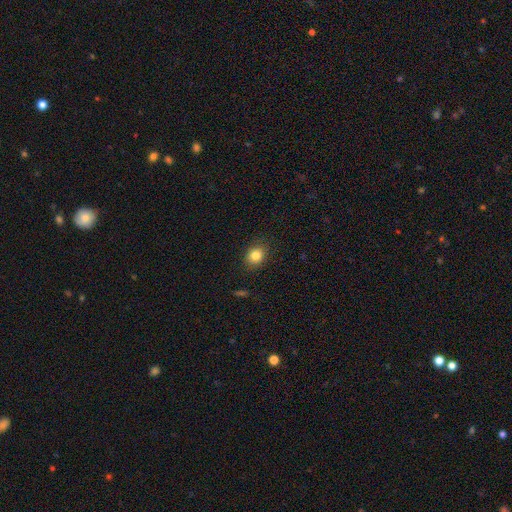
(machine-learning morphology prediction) This appears to be a smooth galaxy with no disk features (82%) that is round (55%). Merging: none (87%).